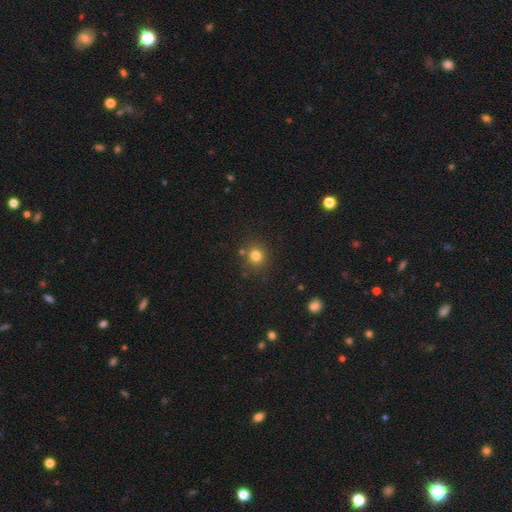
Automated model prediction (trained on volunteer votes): smooth-or-featured: smooth: 79% | star or artifact: 14% | featured or disk: 7%
  how-rounded: round: 88% | in between: 11% | cigar-shaped: 1%
  merging: none: 81% | minor disturbance: 9% | merger: 7% | major disturbance: 3%